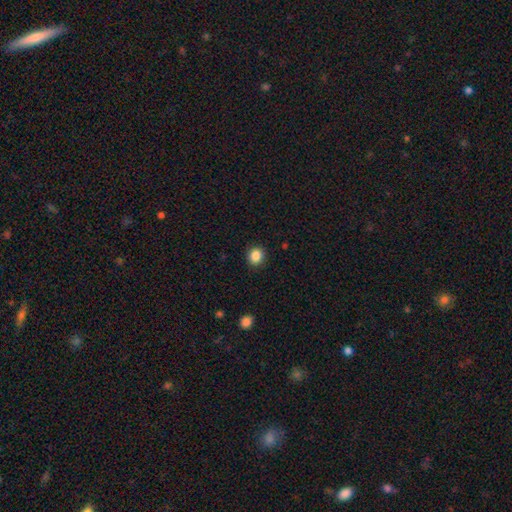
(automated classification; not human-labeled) A smooth galaxy with no disk features (87%) that is round (80%). Merging: none (90%).